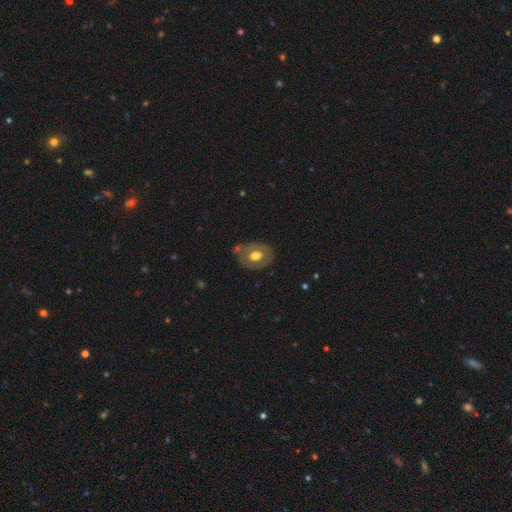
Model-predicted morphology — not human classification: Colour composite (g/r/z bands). It shows a smooth galaxy with no disk features (48%). Merging: none (64%).